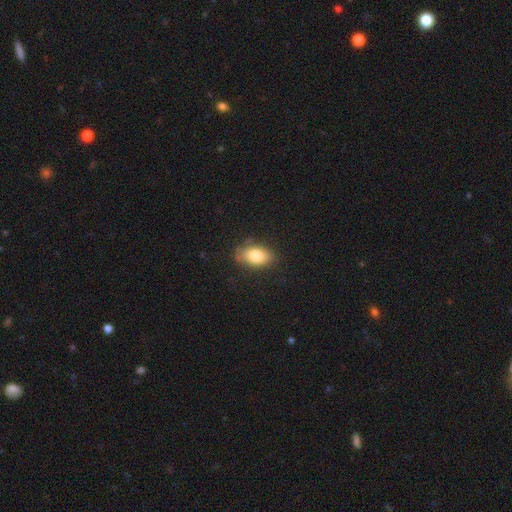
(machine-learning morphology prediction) Overall: smooth (82%). How rounded: in between (90%). Merging: none (78%).